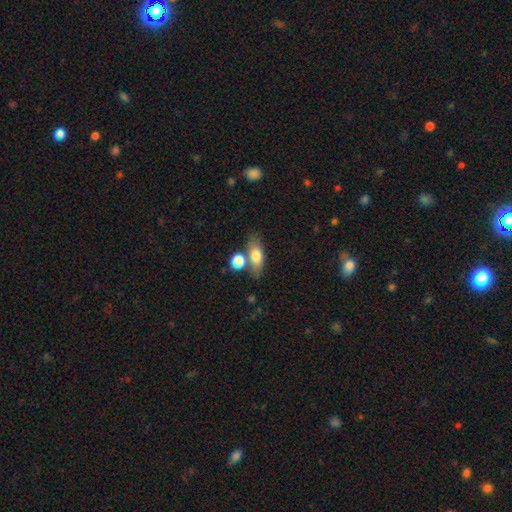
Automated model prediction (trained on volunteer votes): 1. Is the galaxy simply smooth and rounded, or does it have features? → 71% smooth, 21% featured or disk, 8% star or artifact.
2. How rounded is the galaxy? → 68% in between, 23% cigar-shaped, 9% round.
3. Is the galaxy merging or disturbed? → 60% none, 23% merger, 13% minor disturbance, 4% major disturbance.